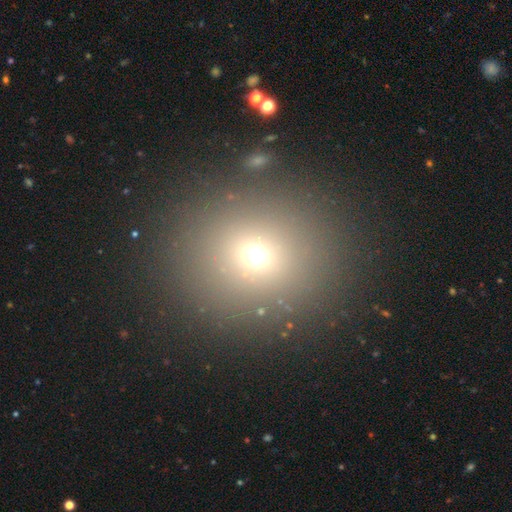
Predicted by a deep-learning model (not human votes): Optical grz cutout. It shows a smooth galaxy with no disk features (66%) that is round (86%). Merging: none (87%).